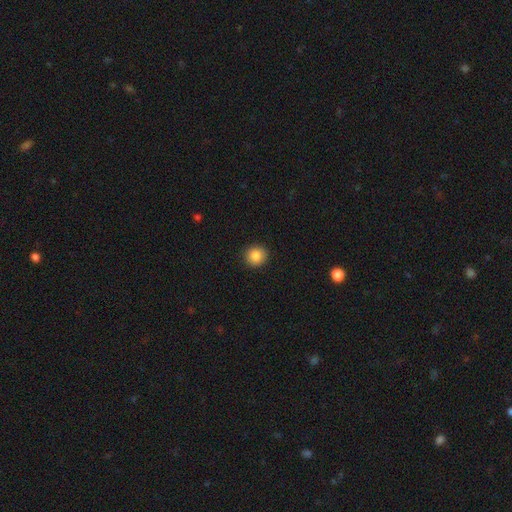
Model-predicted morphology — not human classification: Smooth or featured? Predicted: smooth (p=0.85). How rounded? Predicted: round (p=0.92). Merging? Predicted: none (p=0.92).